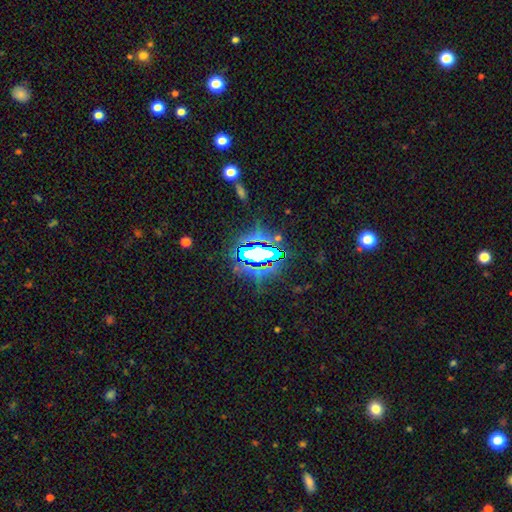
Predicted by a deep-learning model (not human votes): Smooth or featured: star or artifact — 71% (smooth — 15%)